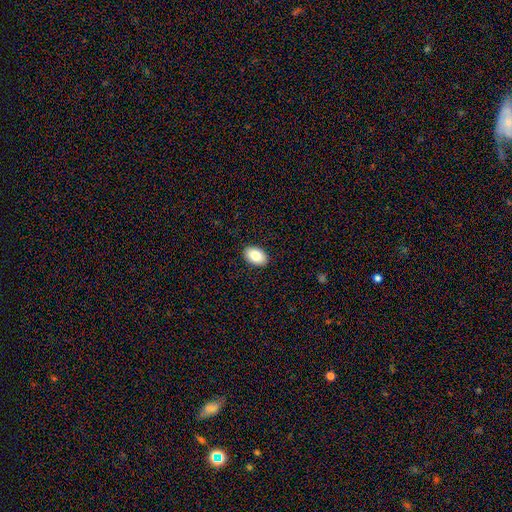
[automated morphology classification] Smooth or featured?
  - smooth: 83% *
  - featured or disk: 9%
  - star or artifact: 7%
How rounded?
  - in between: 91% *
  - round: 8%
  - cigar-shaped: 1%
Merging?
  - none: 90% *
  - minor disturbance: 7%
  - major disturbance: 2%
  - merger: 1%